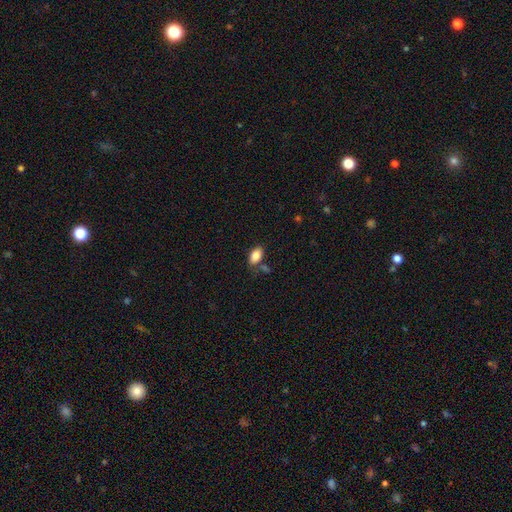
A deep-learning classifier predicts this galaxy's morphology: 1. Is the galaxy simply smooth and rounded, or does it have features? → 85% smooth, 8% star or artifact, 7% featured or disk.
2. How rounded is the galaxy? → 92% in between, 5% round, 2% cigar-shaped.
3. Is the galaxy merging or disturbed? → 72% none, 14% minor disturbance, 11% merger, 4% major disturbance.